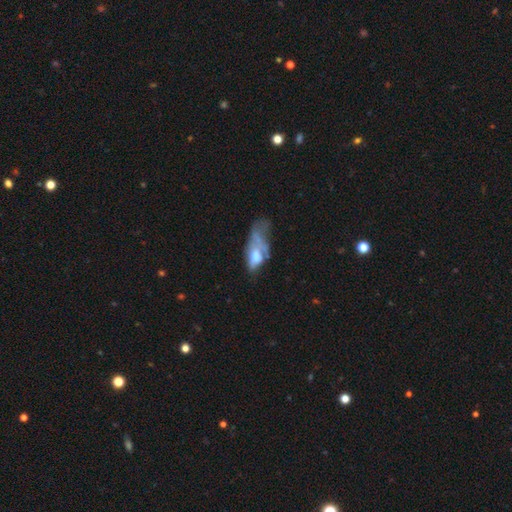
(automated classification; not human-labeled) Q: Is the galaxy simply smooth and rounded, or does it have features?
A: smooth — 54%.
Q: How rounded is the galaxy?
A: in between — 82%.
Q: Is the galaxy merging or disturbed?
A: major disturbance — 53%.